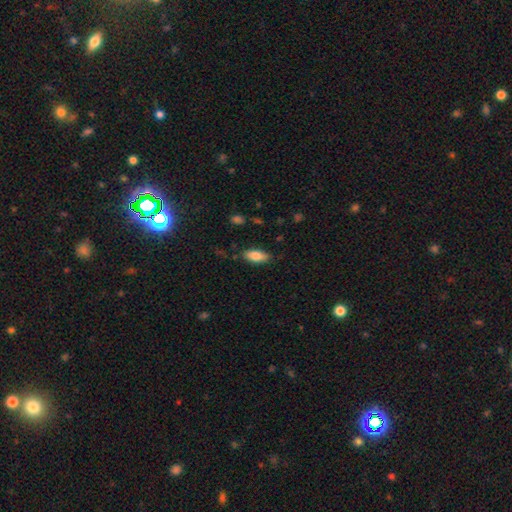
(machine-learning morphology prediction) A smooth galaxy with no disk features (82%) that is in between round and cigar-shaped (86%).

Vote fractions:
- Smooth or featured? smooth: 82% / featured or disk: 11% / star or artifact: 7%
- How rounded? in between: 86% / cigar-shaped: 12% / round: 2%
- Merging? none: 82% / minor disturbance: 14% / major disturbance: 3% / merger: 2%